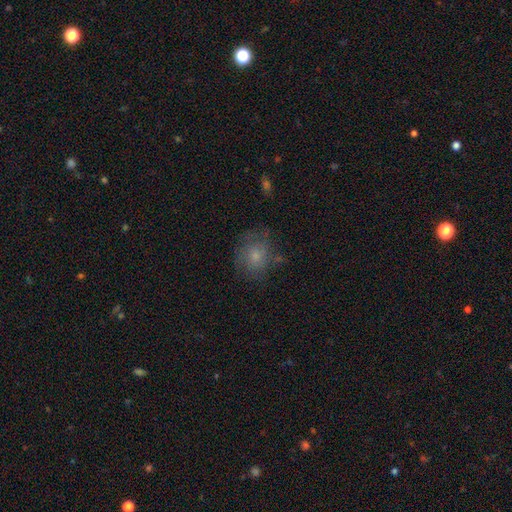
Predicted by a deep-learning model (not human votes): A smooth galaxy with no disk features (68%) that is round (74%).

Vote fractions:
- Smooth or featured? smooth: 68% / featured or disk: 22% / star or artifact: 11%
- How rounded? round: 74% / in between: 25% / cigar-shaped: 1%
- Merging? none: 65% / minor disturbance: 22% / major disturbance: 11% / merger: 3%